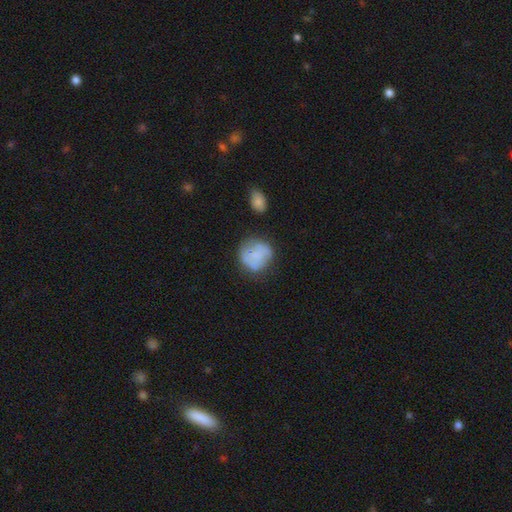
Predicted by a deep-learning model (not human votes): The model was most divided on "smooth or featured": smooth: 59%, featured or disk: 32%, star or artifact: 9%. More confident: how rounded — round (82%); merging — none (54%).